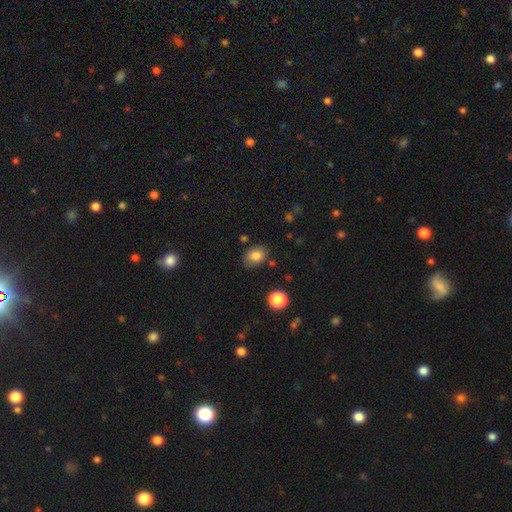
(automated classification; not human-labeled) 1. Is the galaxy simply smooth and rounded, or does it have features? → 83% smooth, 9% star or artifact, 8% featured or disk.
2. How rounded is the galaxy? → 71% in between, 28% round, 1% cigar-shaped.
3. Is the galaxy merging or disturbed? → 79% none, 14% minor disturbance, 4% merger, 4% major disturbance.